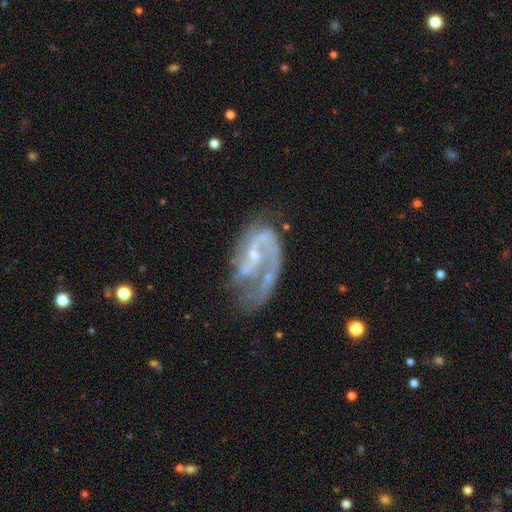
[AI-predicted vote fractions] A featured or disk galaxy (85%) with no bar (45%), 2 (57%) medium (45%) spiral arms (89%) and a small central bulge (65%). Merging: none (42%).